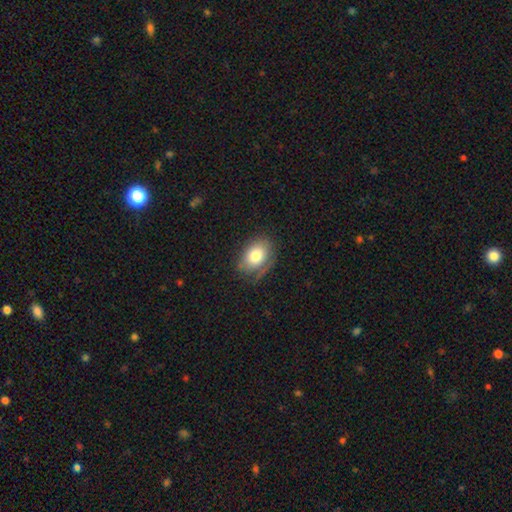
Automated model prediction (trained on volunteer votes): smooth_or_featured: smooth (p=0.76) [alt: featured or disk p=0.16]
how_rounded: in between (p=0.77) [alt: round p=0.22]
merging: none (p=0.68) [alt: minor disturbance p=0.22]